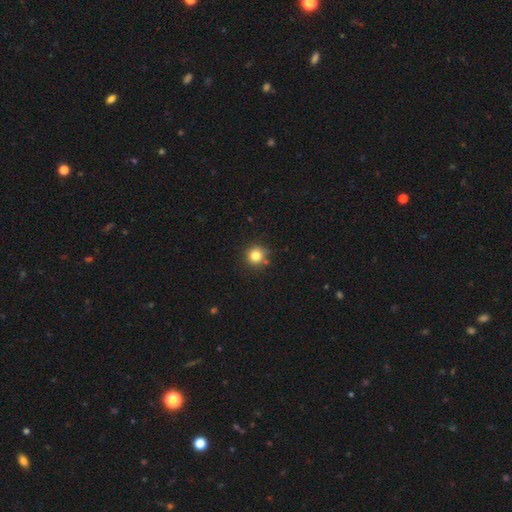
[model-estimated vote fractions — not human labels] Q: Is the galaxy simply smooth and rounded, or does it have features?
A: smooth — 82%.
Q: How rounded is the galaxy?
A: round — 94%.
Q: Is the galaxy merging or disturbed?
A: none — 81%.